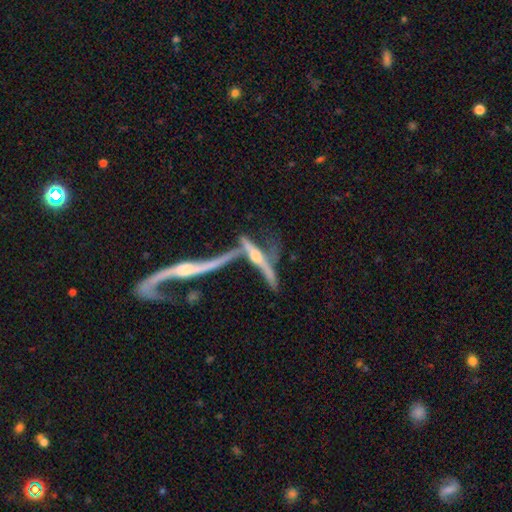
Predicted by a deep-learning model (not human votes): A featured or disk galaxy (75%) viewed edge-on (74%) with a rounded central bulge (85%).

Vote fractions:
- Smooth or featured? featured or disk: 75% / smooth: 15% / star or artifact: 9%
- Edge-on disk? yes: 74% / no: 26%
- Edge-on bulge? rounded: 85% / none: 9% / boxy: 6%
- Merging? merger: 48% / none: 27% / major disturbance: 13% / minor disturbance: 12%